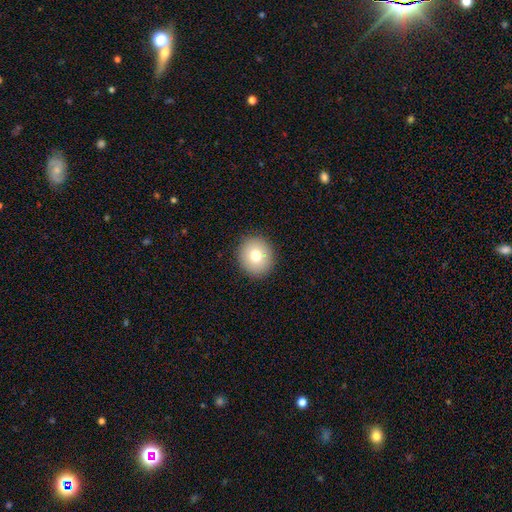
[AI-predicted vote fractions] smooth-or-featured: smooth: 76% | featured or disk: 13% | star or artifact: 10%
  how-rounded: round: 83% | in between: 16% | cigar-shaped: 1%
  merging: none: 91% | minor disturbance: 6% | major disturbance: 2% | merger: 1%